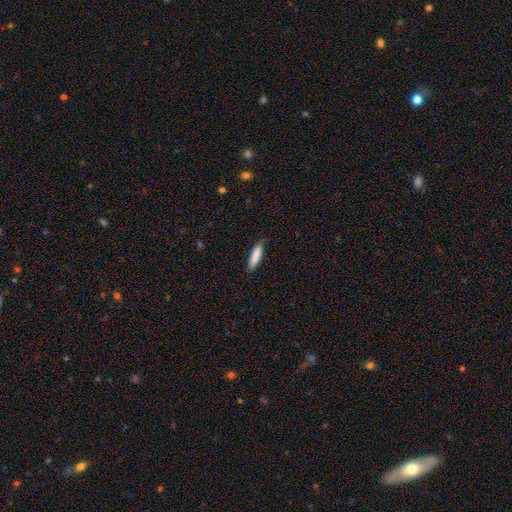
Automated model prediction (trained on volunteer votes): A smooth galaxy with no disk features (85%) that is cigar-shaped (77%). Merging: none (84%).